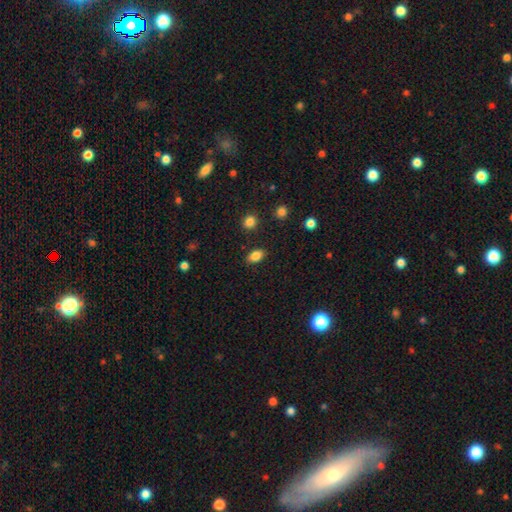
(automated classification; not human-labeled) Overall: smooth (84%). How rounded: in between (86%). Merging: none (85%).